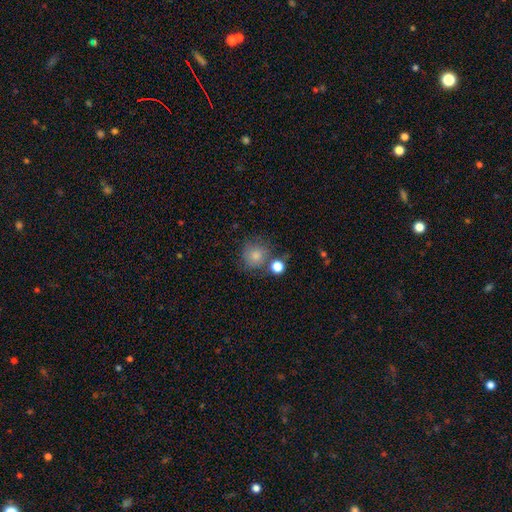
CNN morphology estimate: smooth_or_featured: smooth (p=0.80) [alt: star or artifact p=0.11]
how_rounded: round (p=0.89) [alt: in between p=0.10]
merging: none (p=0.67) [alt: merger p=0.14]